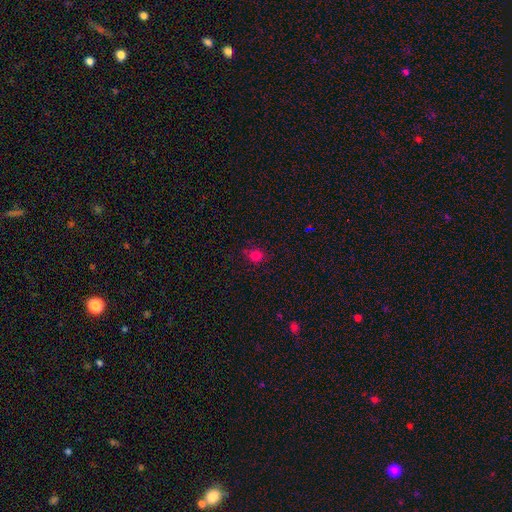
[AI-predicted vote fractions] Smooth or featured? Predicted: smooth (p=0.77). How rounded? Predicted: round (p=0.84). Merging? Predicted: none (p=0.80).